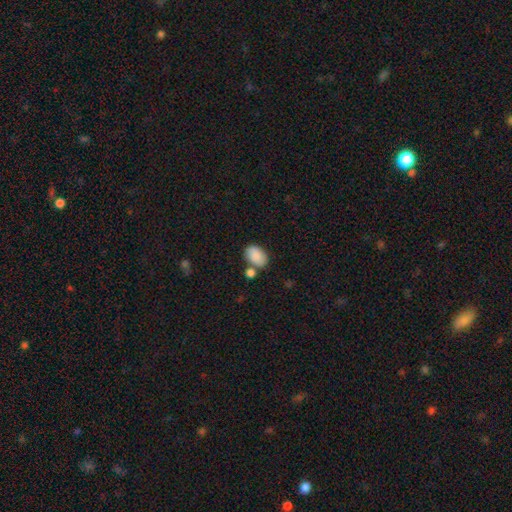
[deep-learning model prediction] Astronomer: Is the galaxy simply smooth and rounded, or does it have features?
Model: smooth — 85%.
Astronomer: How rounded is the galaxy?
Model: in between — 85%.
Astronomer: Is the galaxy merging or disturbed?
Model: none — 59%.